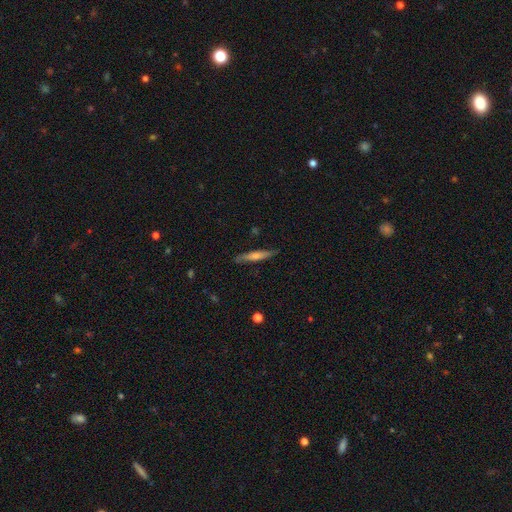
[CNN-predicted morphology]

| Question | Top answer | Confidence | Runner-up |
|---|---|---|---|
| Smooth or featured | featured or disk | 59% | smooth (34%) |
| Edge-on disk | yes | 94% | no (6%) |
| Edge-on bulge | rounded | 75% | none (18%) |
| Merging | none | 87% | minor disturbance (10%) |